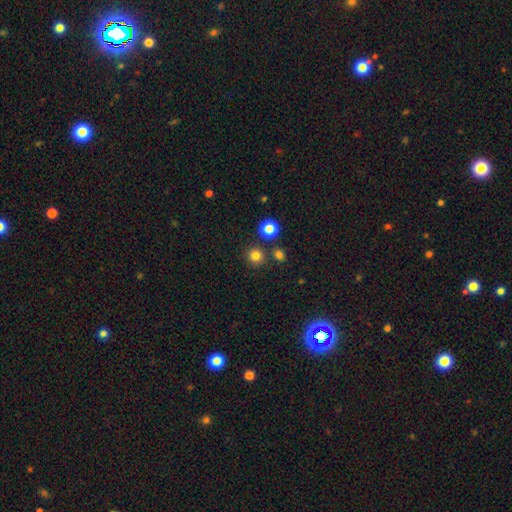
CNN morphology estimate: Smooth or featured? Predicted: smooth (p=0.81). How rounded? Predicted: round (p=0.93). Merging? Predicted: none (p=0.84).